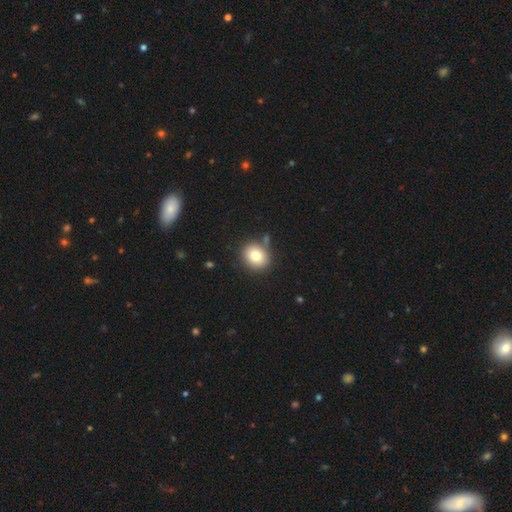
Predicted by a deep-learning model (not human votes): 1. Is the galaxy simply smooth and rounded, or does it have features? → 78% smooth, 11% featured or disk, 11% star or artifact.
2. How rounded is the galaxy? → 77% round, 22% in between, 1% cigar-shaped.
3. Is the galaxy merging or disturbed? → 77% none, 12% minor disturbance, 7% merger, 4% major disturbance.